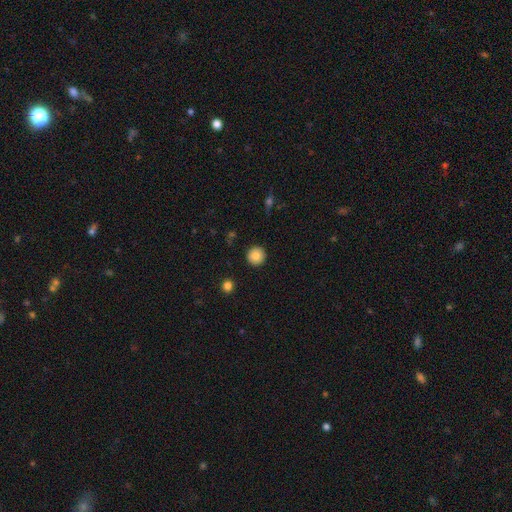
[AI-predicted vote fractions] A smooth galaxy with no disk features (84%) that is round (96%). Merging: none (93%).